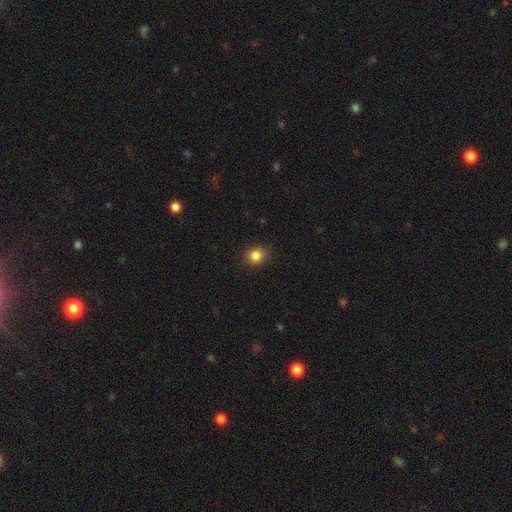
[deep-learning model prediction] The model was most divided on "how rounded": round: 83%, in between: 16%, cigar-shaped: 1%. More confident: merging — none (90%); smooth or featured — smooth (84%).